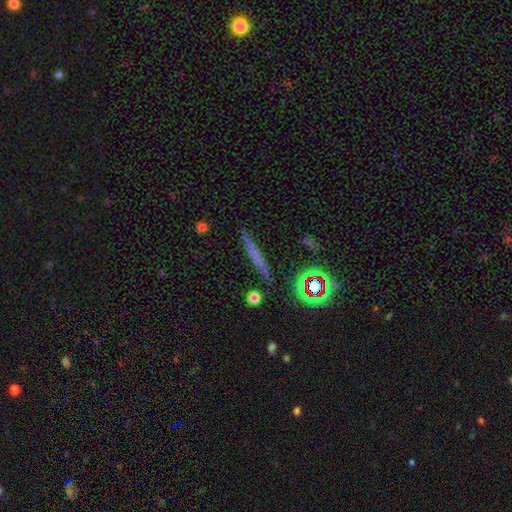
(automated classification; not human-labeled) A smooth galaxy with no disk features (48%). Merging: none (89%).